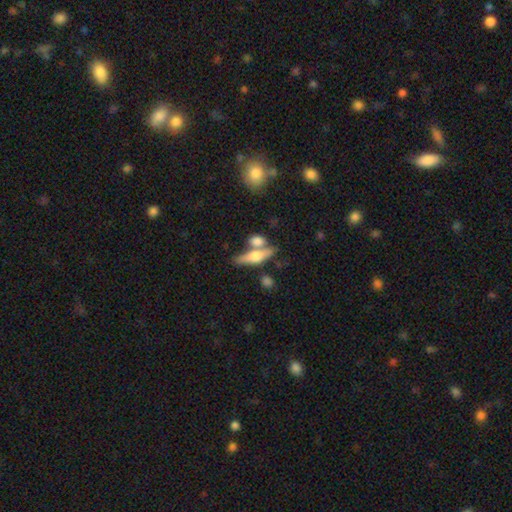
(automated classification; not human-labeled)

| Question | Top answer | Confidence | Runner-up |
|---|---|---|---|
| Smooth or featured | featured or disk | 48% | smooth (45%) |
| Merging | none | 54% | merger (30%) |